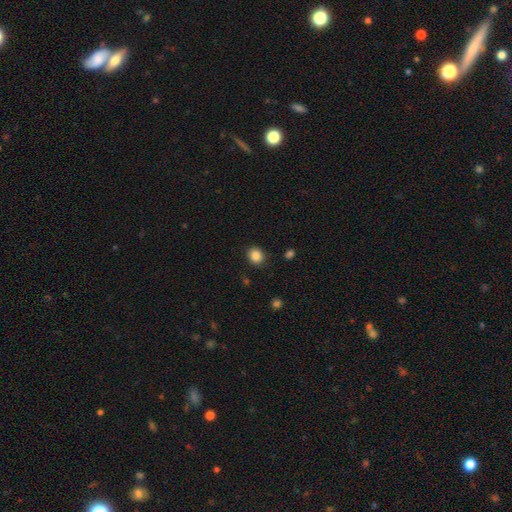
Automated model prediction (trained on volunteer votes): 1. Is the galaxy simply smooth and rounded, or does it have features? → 86% smooth, 10% star or artifact, 4% featured or disk.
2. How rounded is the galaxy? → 75% round, 24% in between, 1% cigar-shaped.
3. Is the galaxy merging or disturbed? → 88% none, 8% minor disturbance, 2% major disturbance, 1% merger.